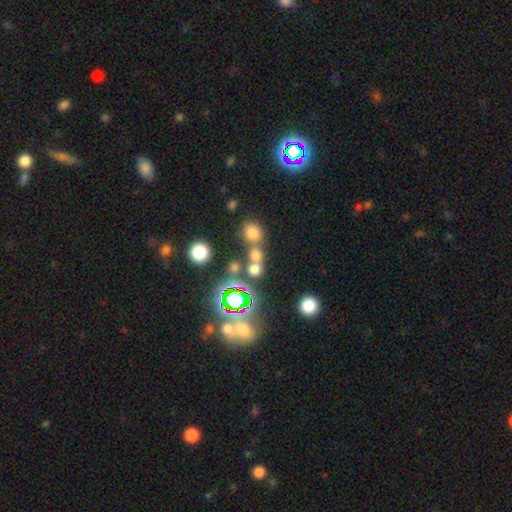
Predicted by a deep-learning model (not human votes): This is likely a smooth galaxy (62%). How rounded: clearly round (81%). Merging: possibly none (50%).